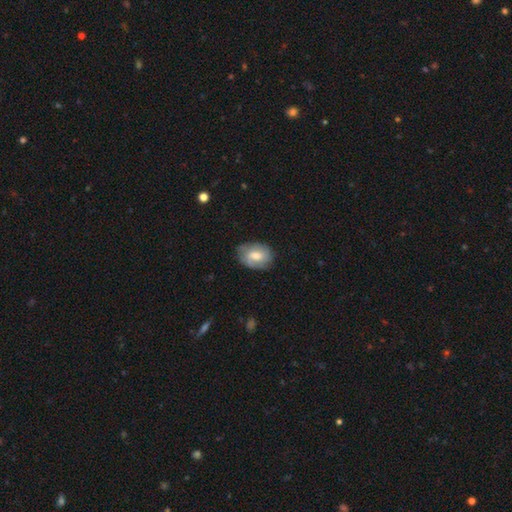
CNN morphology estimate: Overall: smooth (55%; featured or disk 39%). How rounded: in between (76%). Merging: none (71%).